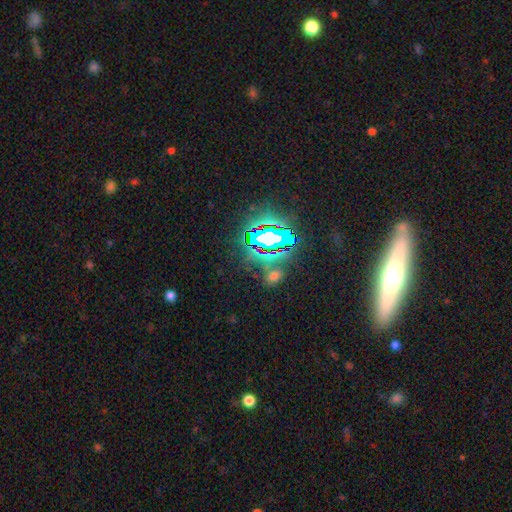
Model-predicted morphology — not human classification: Smooth or featured? star or artifact (66%)